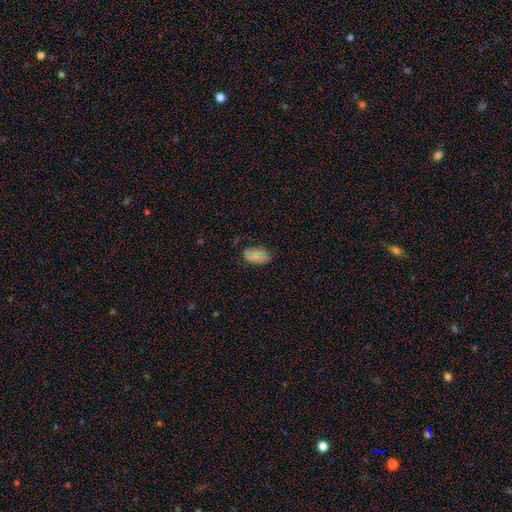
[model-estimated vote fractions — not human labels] This appears to be a smooth galaxy with no disk features (69%) that is in between round and cigar-shaped (92%). Merging: none (79%).